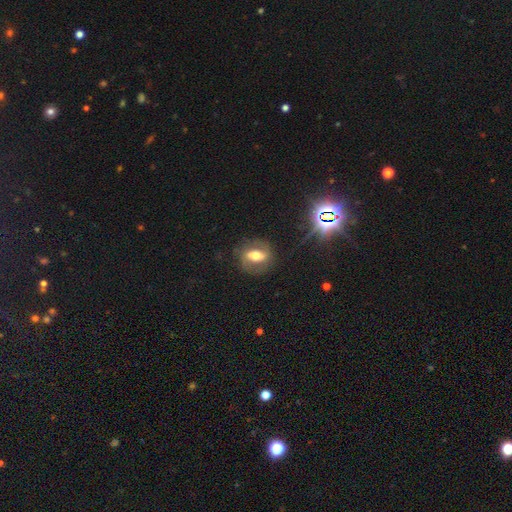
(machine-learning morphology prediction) The model was most divided on "bar": strong: 53%, weak: 29%, no: 18%. More confident: edge-on disk — no (87%); merging — none (78%); bulge size — moderate (65%); spiral arms — yes (65%); smooth or featured — featured or disk (59%).